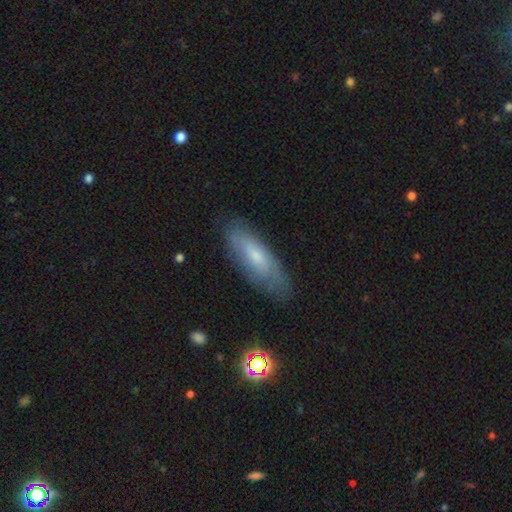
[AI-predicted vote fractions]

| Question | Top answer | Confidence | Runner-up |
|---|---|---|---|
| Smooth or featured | smooth | 52% | featured or disk (39%) |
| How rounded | in between | 57% | cigar-shaped (41%) |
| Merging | none | 77% | minor disturbance (17%) |